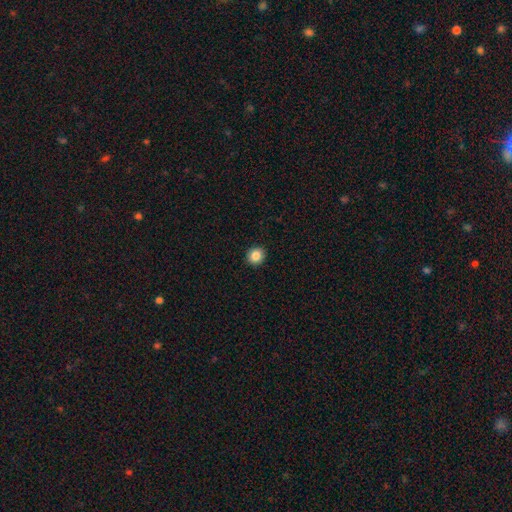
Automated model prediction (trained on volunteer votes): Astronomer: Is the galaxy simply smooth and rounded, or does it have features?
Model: smooth — 86%.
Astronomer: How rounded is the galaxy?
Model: round — 88%.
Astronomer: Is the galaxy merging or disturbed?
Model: none — 92%.